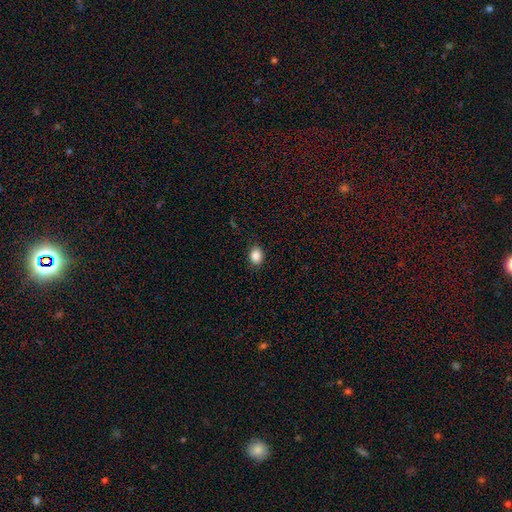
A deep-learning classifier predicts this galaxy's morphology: smooth-or-featured: smooth: 87% | star or artifact: 9% | featured or disk: 3%
  how-rounded: in between: 59% | round: 40% | cigar-shaped: 1%
  merging: none: 87% | minor disturbance: 9% | major disturbance: 2% | merger: 1%